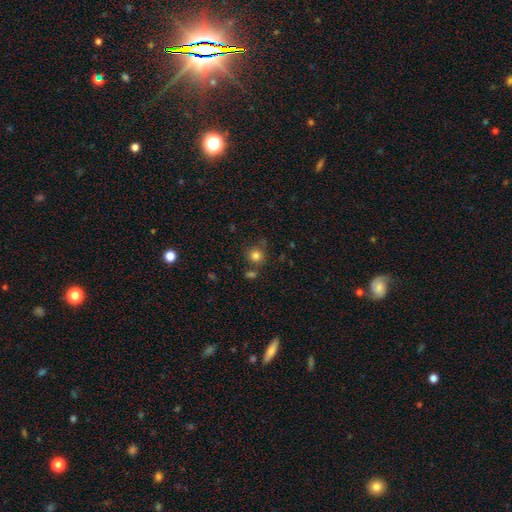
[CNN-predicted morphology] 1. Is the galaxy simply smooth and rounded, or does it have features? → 81% smooth, 13% star or artifact, 6% featured or disk.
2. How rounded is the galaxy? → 88% round, 11% in between, 1% cigar-shaped.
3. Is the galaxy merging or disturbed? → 70% none, 13% minor disturbance, 13% merger, 5% major disturbance.